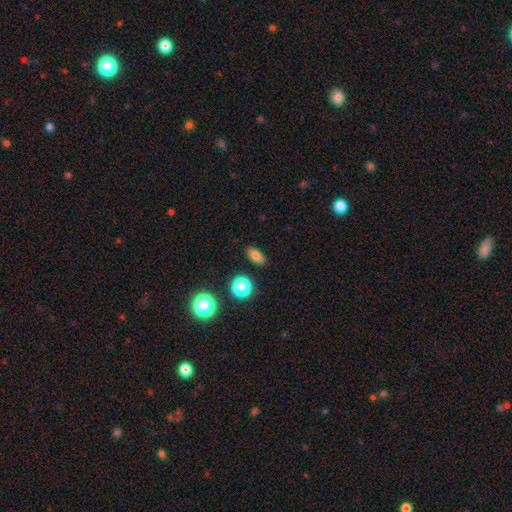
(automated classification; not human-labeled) Smooth or featured? Predicted: smooth (p=0.78). How rounded? Predicted: in between (p=0.83). Merging? Predicted: none (p=0.87).